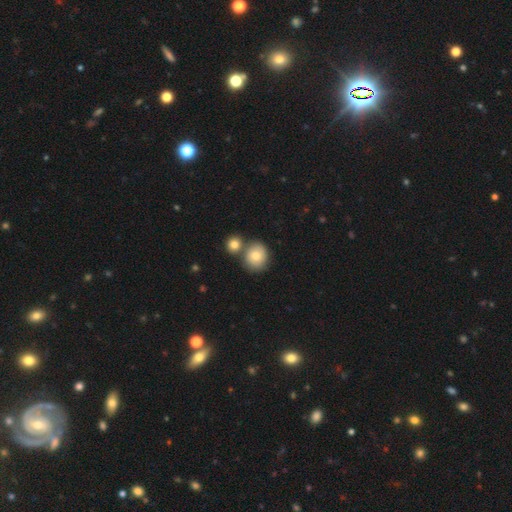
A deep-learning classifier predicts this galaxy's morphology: A smooth galaxy with no disk features (78%) that is round (81%). Merging: none (56%).